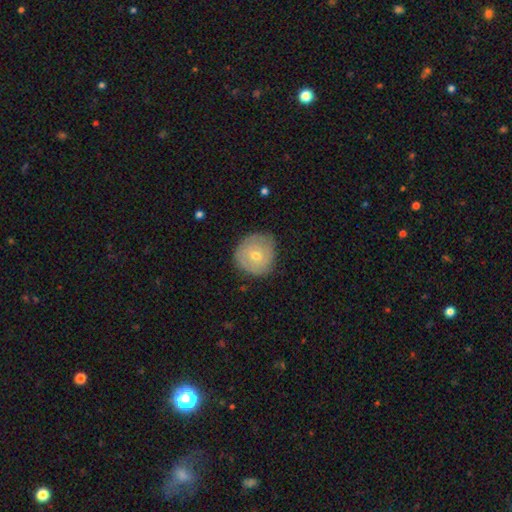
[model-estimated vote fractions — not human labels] Smooth or featured? Predicted: smooth (p=0.50). Merging? Predicted: none (p=0.74).